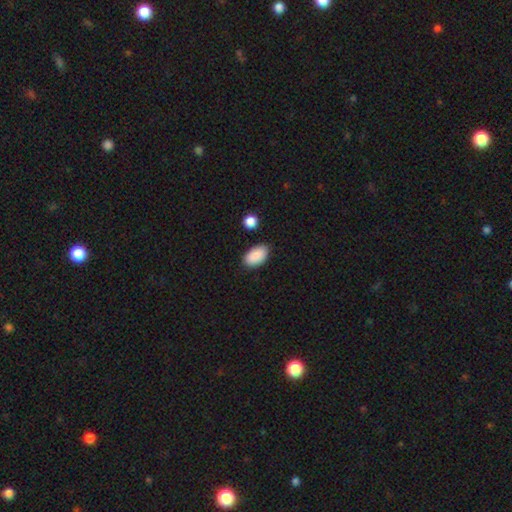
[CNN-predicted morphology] A smooth galaxy with no disk features (90%) that is in between round and cigar-shaped (94%).

Vote fractions:
- Smooth or featured? smooth: 90% / star or artifact: 7% / featured or disk: 3%
- How rounded? in between: 94% / round: 5% / cigar-shaped: 2%
- Merging? none: 81% / minor disturbance: 13% / merger: 3% / major disturbance: 3%